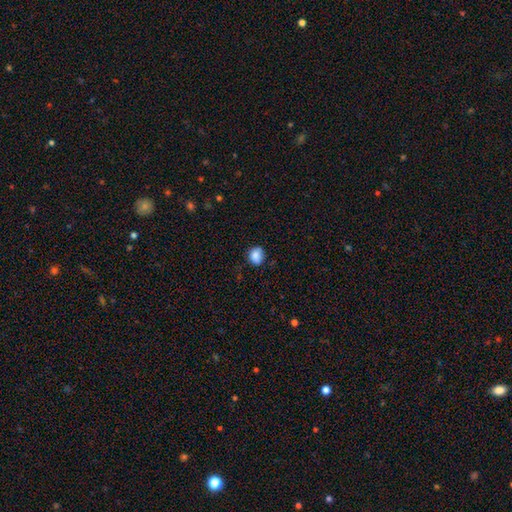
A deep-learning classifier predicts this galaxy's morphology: type=smooth (85%); roundness=round (67%); merging=none (74%).